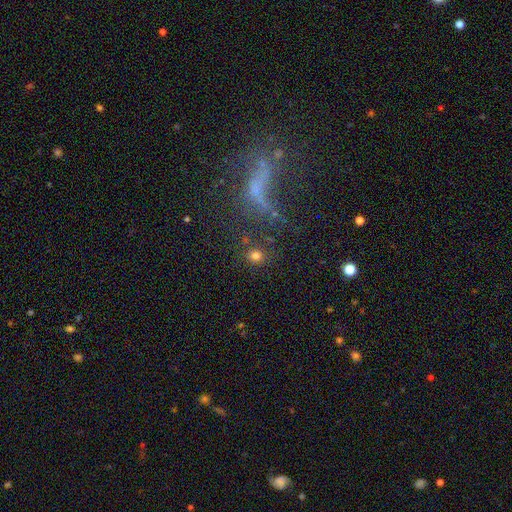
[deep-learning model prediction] Q: Smooth or featured?
A: smooth (74%); runner-up: star or artifact (19%)
Q: How rounded?
A: round (86%); runner-up: in between (13%)
Q: Merging?
A: none (79%); runner-up: minor disturbance (9%)